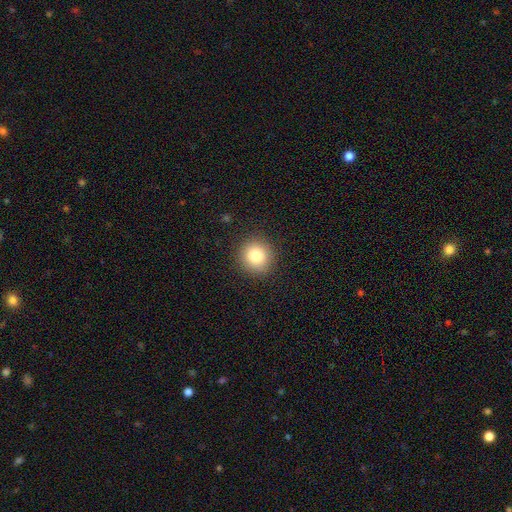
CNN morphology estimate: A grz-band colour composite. It shows a smooth galaxy with no disk features (84%) that is round (89%). Merging: none (90%).